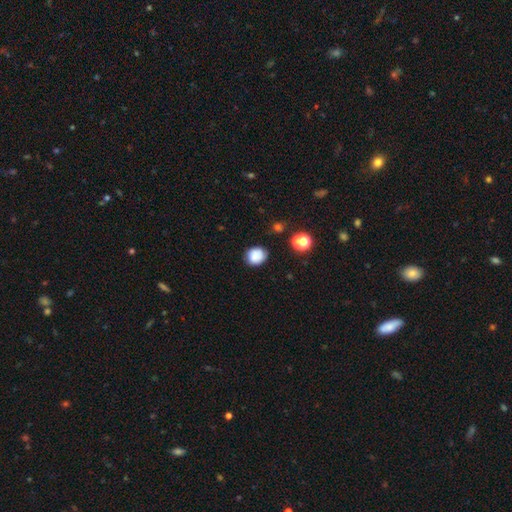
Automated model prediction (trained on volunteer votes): The model was most divided on "how rounded": round: 67%, in between: 32%, cigar-shaped: 1%. More confident: smooth or featured — smooth (82%); merging — none (75%).